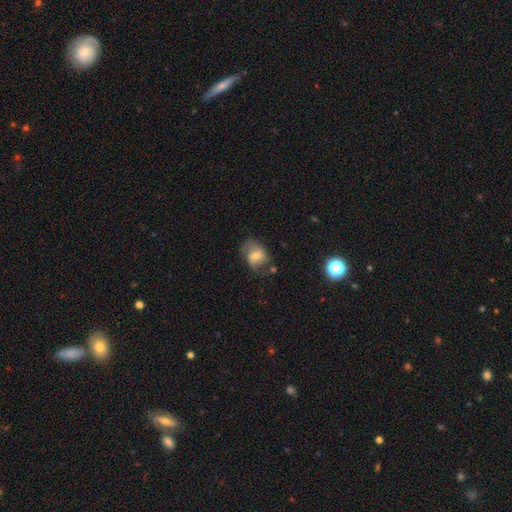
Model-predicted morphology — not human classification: smooth 49%, featured or disk 42%, star or artifact 9%. Down the decision tree: merging — none (50%).